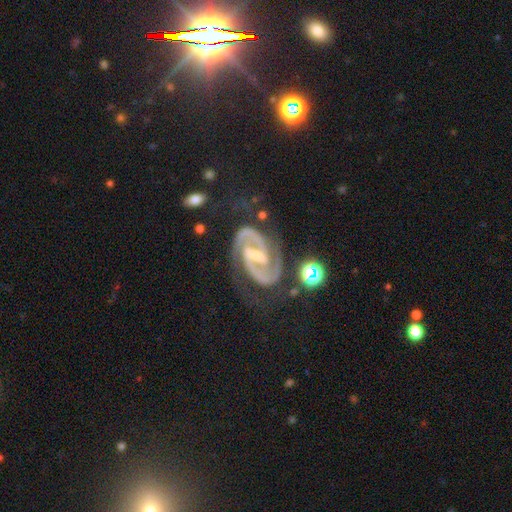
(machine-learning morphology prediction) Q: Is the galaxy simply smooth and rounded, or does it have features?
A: featured or disk — 92%.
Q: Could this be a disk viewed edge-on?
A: no — 98%.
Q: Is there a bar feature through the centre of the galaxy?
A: strong — 53%.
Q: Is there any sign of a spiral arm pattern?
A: yes — 98%.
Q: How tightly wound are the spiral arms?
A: medium — 52%.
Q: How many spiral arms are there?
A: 2 — 94%.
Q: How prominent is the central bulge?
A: small — 42%.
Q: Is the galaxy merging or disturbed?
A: none — 71%.